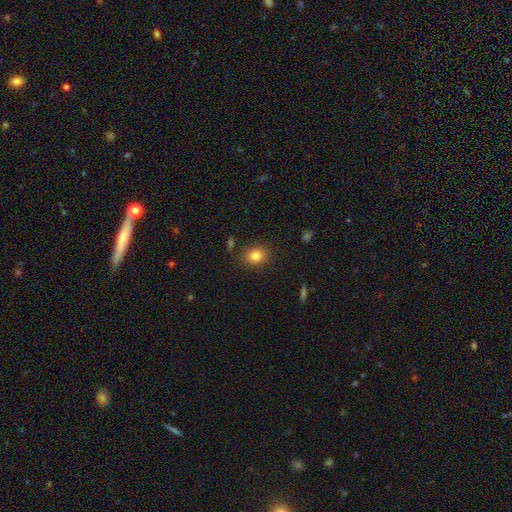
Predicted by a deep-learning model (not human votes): smooth_or_featured: smooth (p=0.81) [alt: star or artifact p=0.11]
how_rounded: round (p=0.64) [alt: in between p=0.35]
merging: none (p=0.85) [alt: minor disturbance p=0.10]